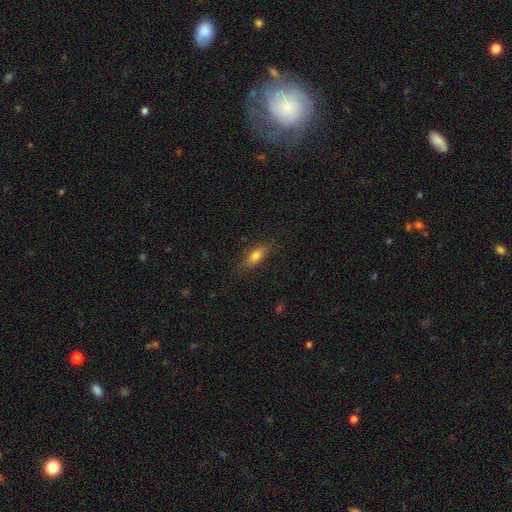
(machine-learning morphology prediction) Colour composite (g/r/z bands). It shows a smooth galaxy with no disk features (72%) that is in between round and cigar-shaped (67%). Merging: none (80%).